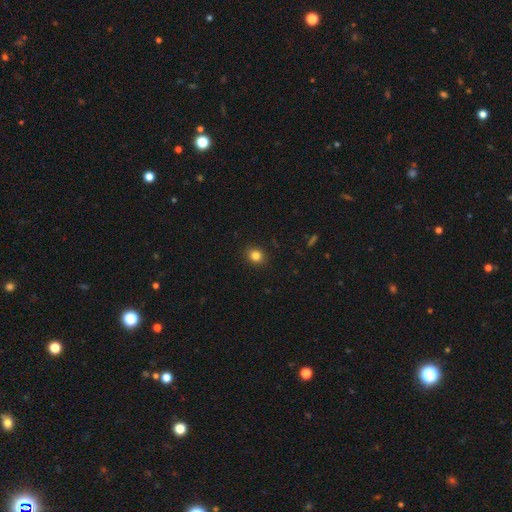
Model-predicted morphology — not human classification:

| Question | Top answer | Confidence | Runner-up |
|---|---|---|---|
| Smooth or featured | smooth | 84% | star or artifact (11%) |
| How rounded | round | 72% | in between (27%) |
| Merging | none | 91% | minor disturbance (7%) |